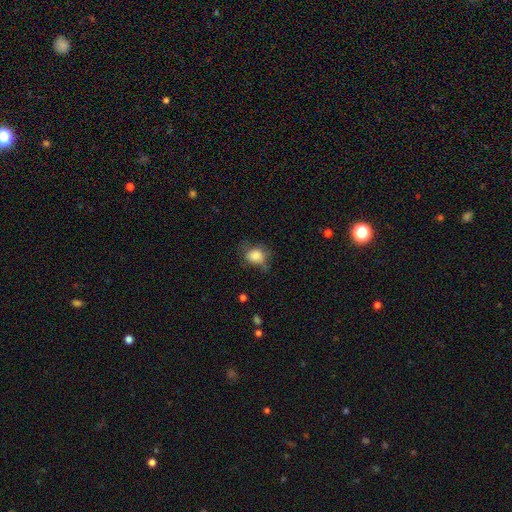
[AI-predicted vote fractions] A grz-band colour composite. It shows a smooth galaxy with no disk features (81%) that is round (52%). Merging: none (48%).